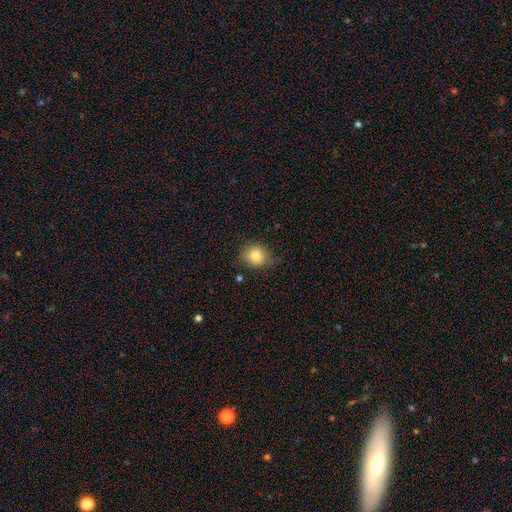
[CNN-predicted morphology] A smooth galaxy with no disk features (79%) that is round (70%).

Vote fractions:
- Smooth or featured? smooth: 79% / featured or disk: 11% / star or artifact: 10%
- How rounded? round: 70% / in between: 29% / cigar-shaped: 1%
- Merging? none: 73% / minor disturbance: 20% / major disturbance: 4% / merger: 2%